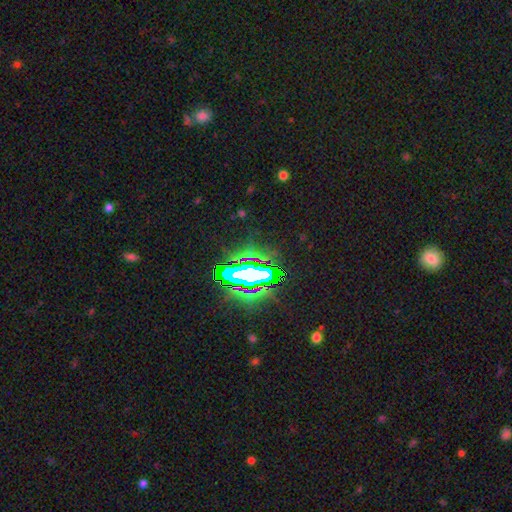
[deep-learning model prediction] smooth_or_featured: star or artifact (p=0.70) [alt: smooth p=0.17]